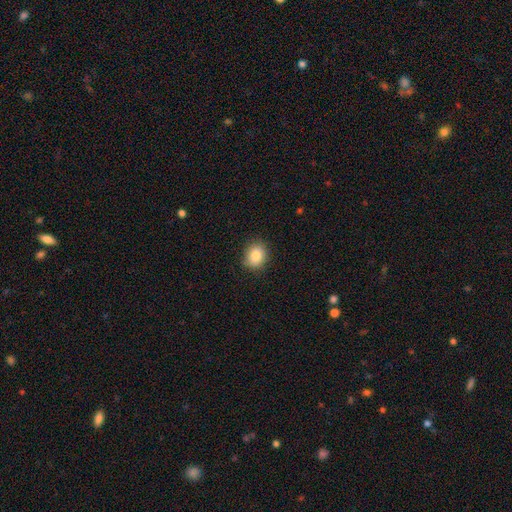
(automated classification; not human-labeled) smooth_or_featured: smooth (p=0.85) [alt: star or artifact p=0.09]
how_rounded: round (p=0.59) [alt: in between p=0.40]
merging: none (p=0.85) [alt: minor disturbance p=0.12]